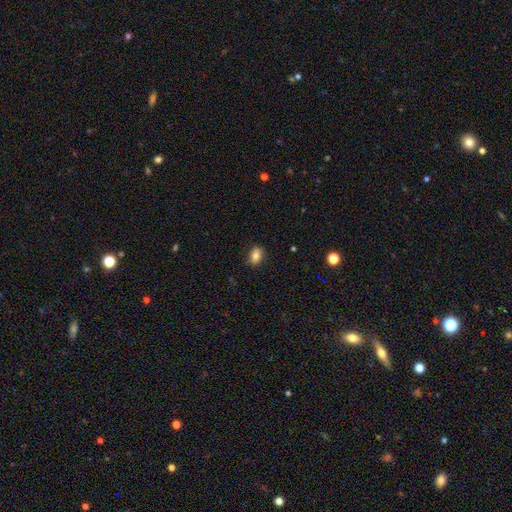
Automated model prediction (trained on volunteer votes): Overall: smooth (80%). How rounded: in between (75%). Merging: none (82%).